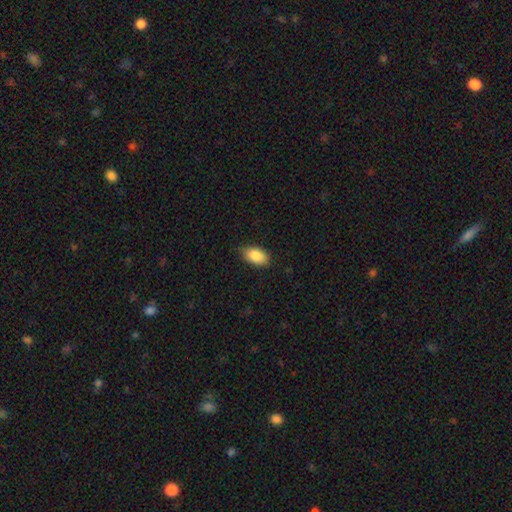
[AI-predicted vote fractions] Morphology: type=smooth (88%); roundness=in between (93%); merging=none (82%).